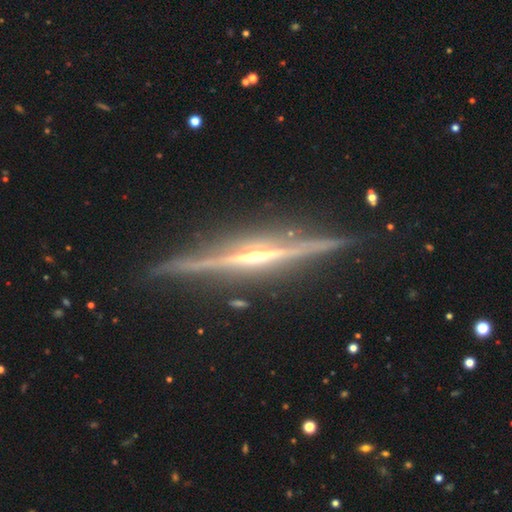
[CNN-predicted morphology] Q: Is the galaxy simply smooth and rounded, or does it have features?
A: featured or disk — 90%.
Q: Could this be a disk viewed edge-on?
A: yes — 98%.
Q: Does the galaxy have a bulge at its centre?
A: rounded — 63%.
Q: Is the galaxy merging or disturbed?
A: none — 88%.